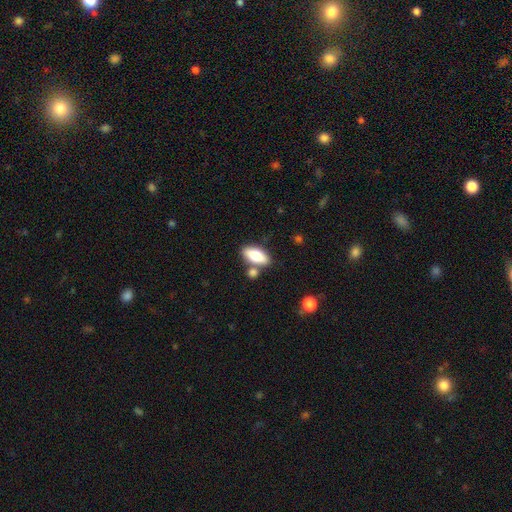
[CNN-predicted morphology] Smooth or featured: smooth — 76% (featured or disk — 17%)
How rounded: in between — 85% (cigar-shaped — 12%)
Merging: none — 69% (merger — 16%)